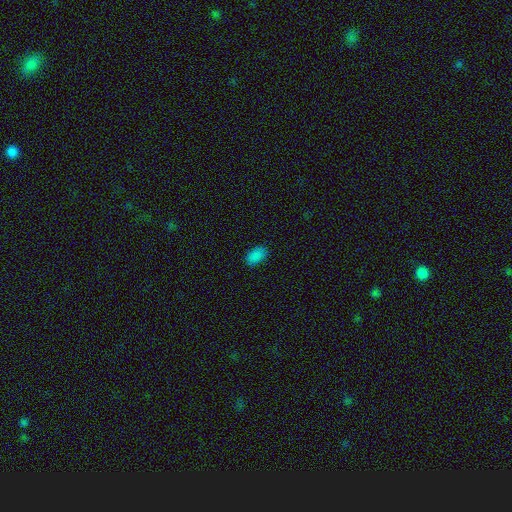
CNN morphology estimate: smooth-or-featured: smooth: 85% | star or artifact: 12% | featured or disk: 3%
  how-rounded: in between: 93% | round: 5% | cigar-shaped: 2%
  merging: none: 86% | minor disturbance: 11% | major disturbance: 2% | merger: 1%